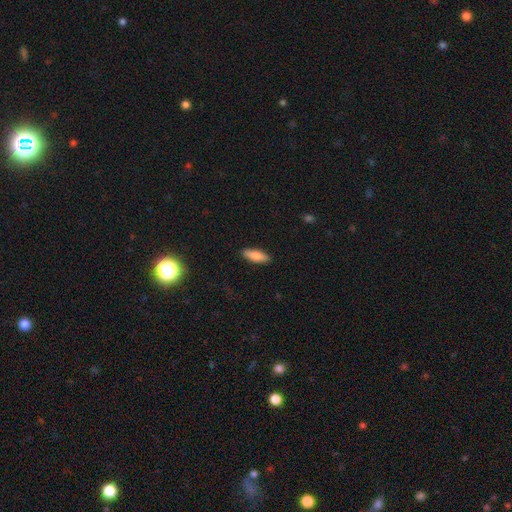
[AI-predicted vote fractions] A smooth galaxy with no disk features (83%) that is in between round and cigar-shaped (64%). Merging: none (88%).